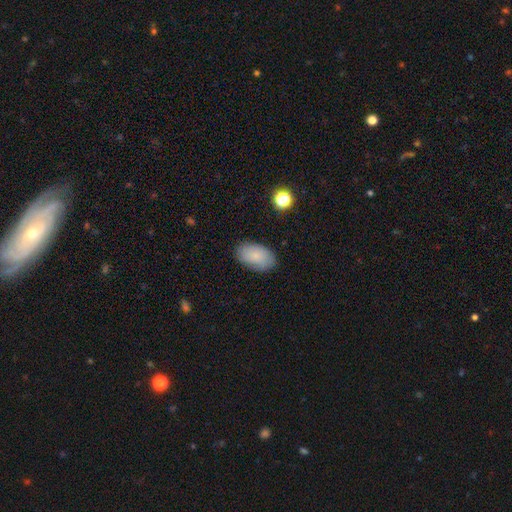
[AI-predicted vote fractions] A smooth galaxy with no disk features (84%) that is in between round and cigar-shaped (93%).

Vote fractions:
- Smooth or featured? smooth: 84% / featured or disk: 9% / star or artifact: 7%
- How rounded? in between: 93% / round: 6% / cigar-shaped: 1%
- Merging? none: 85% / minor disturbance: 11% / major disturbance: 3% / merger: 1%